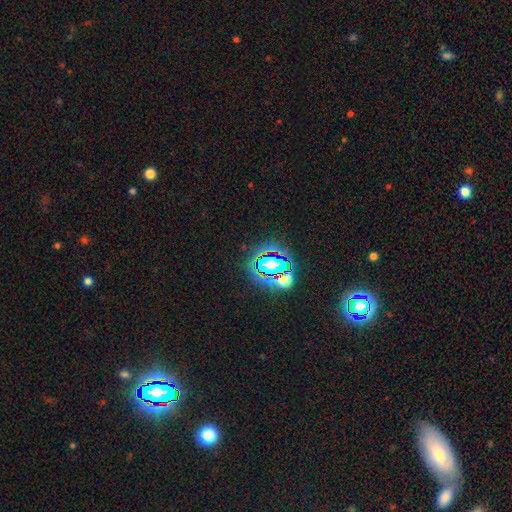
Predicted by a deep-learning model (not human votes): The model was most divided on "smooth or featured": star or artifact: 81%, smooth: 11%, featured or disk: 8%.